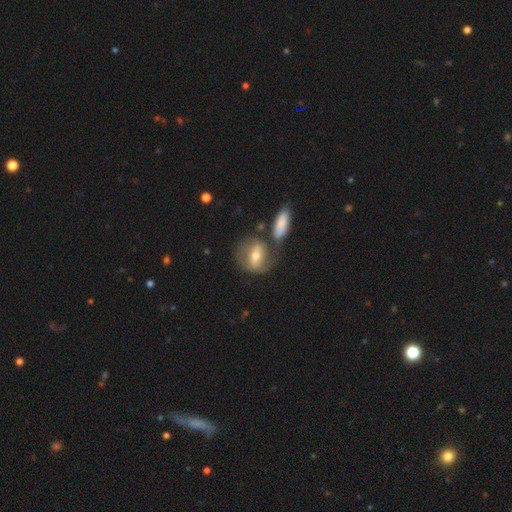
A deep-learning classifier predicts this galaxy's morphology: Smooth or featured? featured or disk (52%)
Edge-on disk? no (90%)
Merging? none (51%)